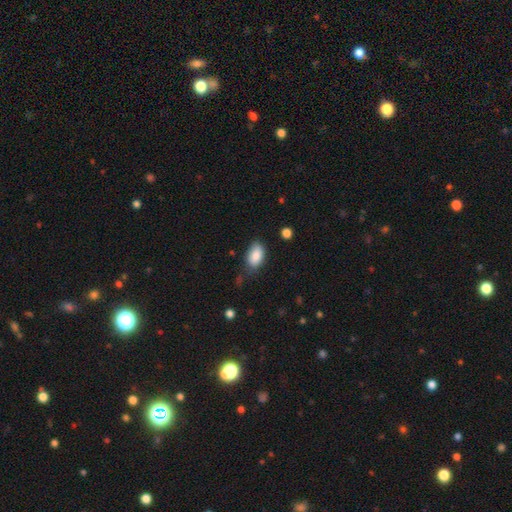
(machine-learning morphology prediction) smooth_or_featured: smooth (p=0.88) [alt: star or artifact p=0.07]
how_rounded: in between (p=0.93) [alt: round p=0.05]
merging: none (p=0.73) [alt: minor disturbance p=0.21]